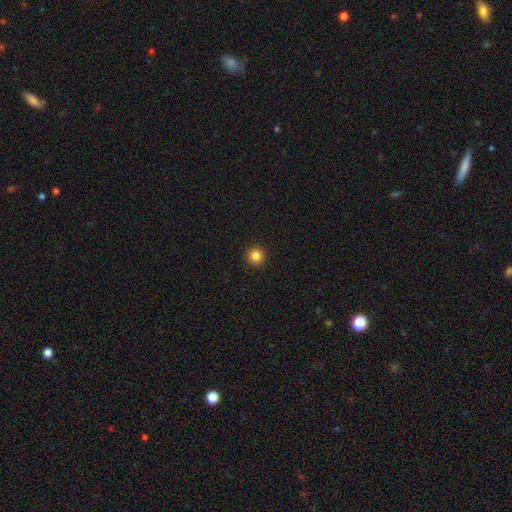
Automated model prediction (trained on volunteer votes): This is clearly a smooth galaxy (84%). How rounded: clearly round (96%). Merging: clearly none (94%).